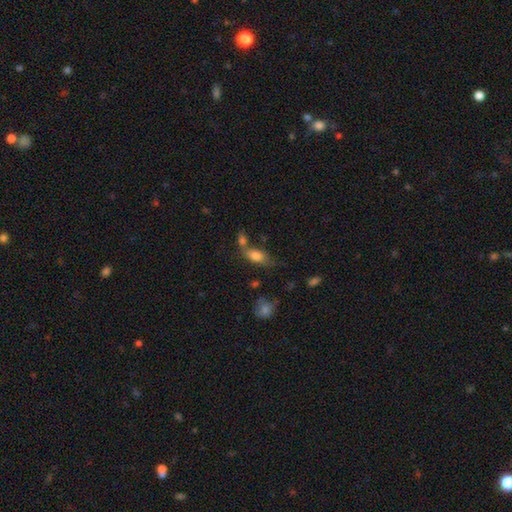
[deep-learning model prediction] A smooth galaxy with no disk features (79%) that is in between round and cigar-shaped (85%). Merging: none (45%).